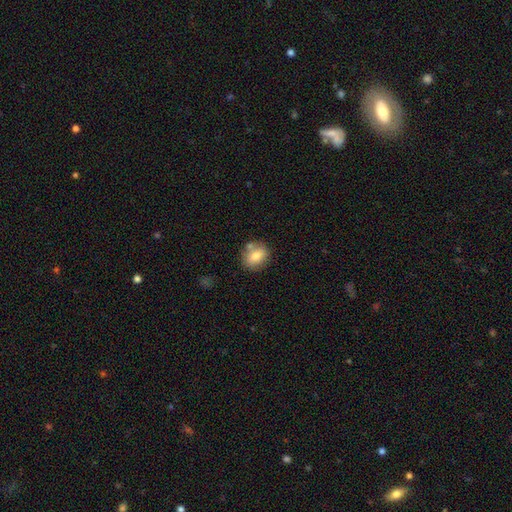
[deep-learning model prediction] Smooth or featured: smooth — 76% (featured or disk — 15%)
How rounded: round — 50% (in between — 48%)
Merging: none — 70% (minor disturbance — 14%)